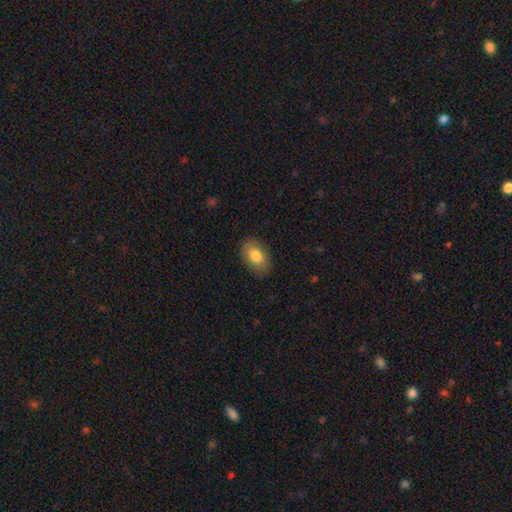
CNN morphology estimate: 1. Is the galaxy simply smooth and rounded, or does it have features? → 81% smooth, 12% featured or disk, 7% star or artifact.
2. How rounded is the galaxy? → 87% in between, 12% round, 1% cigar-shaped.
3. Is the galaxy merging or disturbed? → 85% none, 11% minor disturbance, 3% major disturbance, 1% merger.